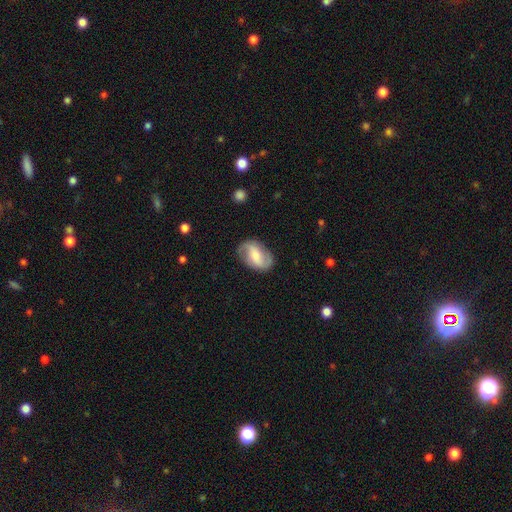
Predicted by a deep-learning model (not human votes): A featured or disk galaxy (70%) with a weak bar (46%), 2 (89%) medium (41%, tied with loose) spiral arms (91%) and a moderate central bulge (47%).

Vote fractions:
- Smooth or featured? featured or disk: 70% / smooth: 24% / star or artifact: 6%
- Edge-on disk? no: 97% / yes: 3%
- Bar? weak: 46% / no: 28% / strong: 26%
- Spiral arms? yes: 91% / no: 9%
- Spiral winding? medium: 41% (tied) / loose: 41% (tied) / tight: 19%
- Spiral arm count? 2: 89% / can't tell: 5% / 1: 2% / 3: 2% / 4: 1% / more than 4: 1%
- Bulge size? moderate: 47% / small: 39% / large: 7% / none: 5% / dominant: 2%
- Merging? none: 80% / minor disturbance: 14% / major disturbance: 5% / merger: 1%